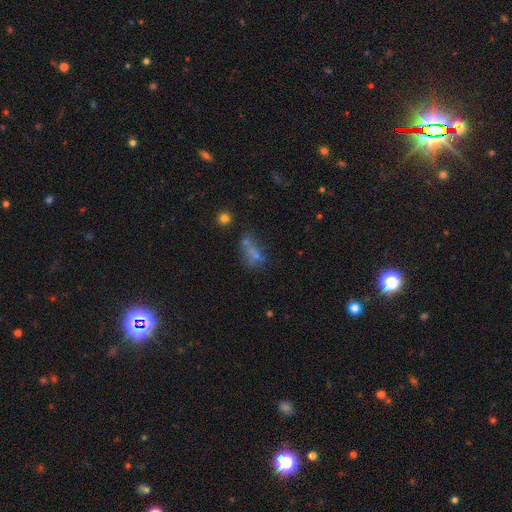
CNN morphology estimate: Smooth or featured: smooth — 44% (star or artifact — 33%)
Merging: none — 40% (merger — 22%)